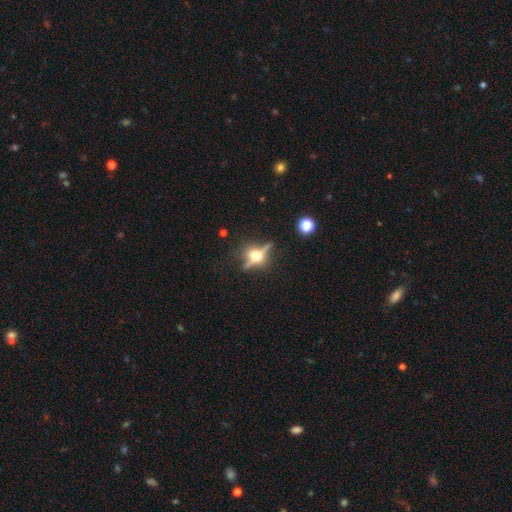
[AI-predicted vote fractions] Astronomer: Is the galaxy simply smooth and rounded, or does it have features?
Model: featured or disk — 63%.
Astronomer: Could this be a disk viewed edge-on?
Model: yes — 86%.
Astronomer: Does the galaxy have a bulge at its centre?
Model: rounded — 96%.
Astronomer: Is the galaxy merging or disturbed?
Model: none — 76%.